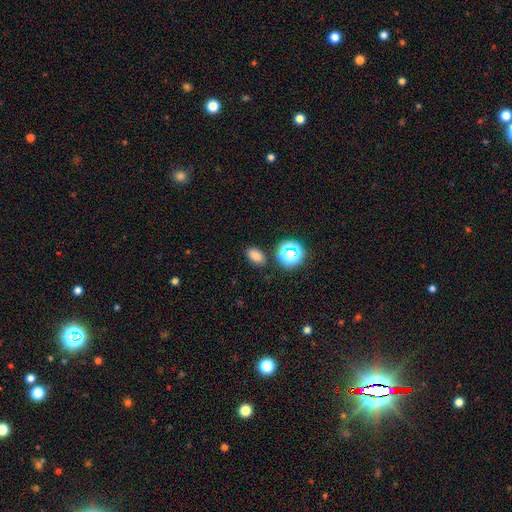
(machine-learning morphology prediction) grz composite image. It shows a smooth galaxy with no disk features (77%) that is in between round and cigar-shaped (79%). Merging: none (84%).